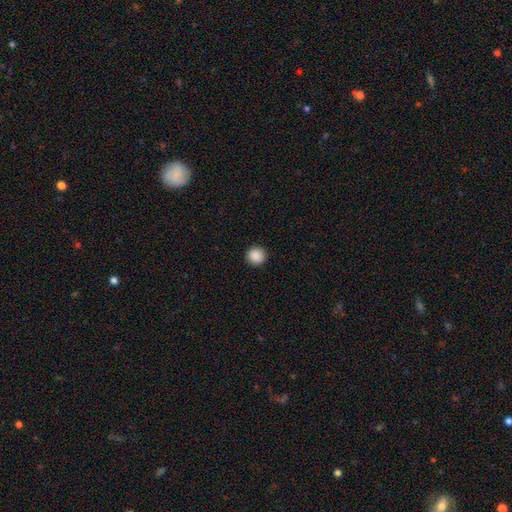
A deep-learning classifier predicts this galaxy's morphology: Smooth or featured? smooth (89%)
How rounded? round (95%)
Merging? none (93%)